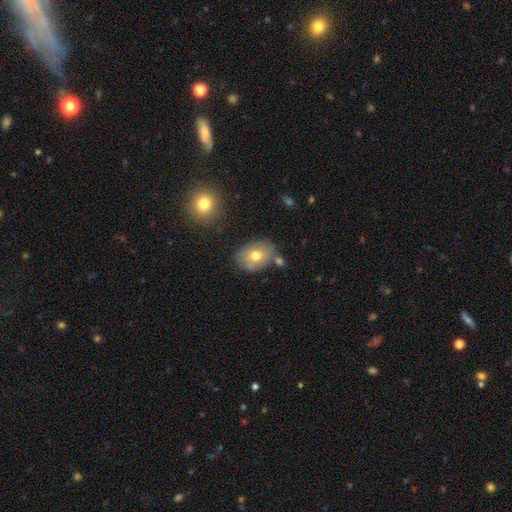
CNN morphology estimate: Overall: smooth (70%). How rounded: in between (65%; round 33%). Merging: none (69%).